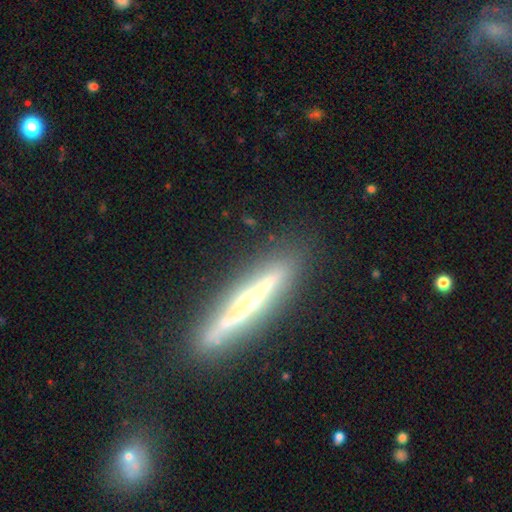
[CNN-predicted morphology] The model was most divided on "edge-on bulge": rounded: 56%, none: 34%, boxy: 10%. More confident: edge-on disk — yes (94%); merging — none (85%); smooth or featured — featured or disk (77%).